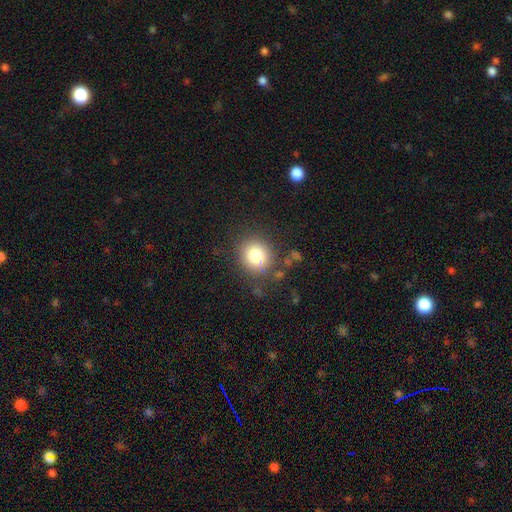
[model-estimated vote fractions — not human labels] smooth_or_featured: smooth (p=0.80) [alt: star or artifact p=0.11]
how_rounded: round (p=0.85) [alt: in between p=0.14]
merging: none (p=0.81) [alt: minor disturbance p=0.12]